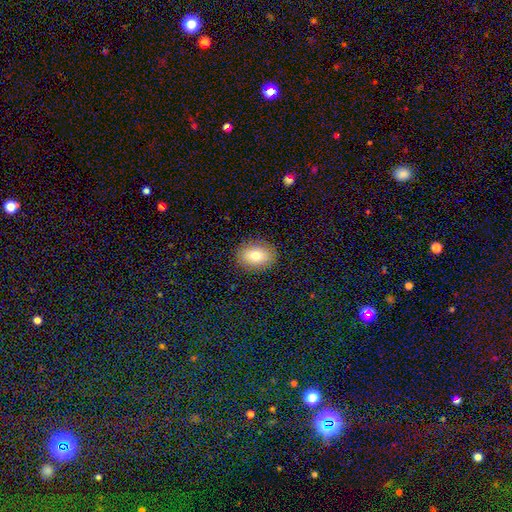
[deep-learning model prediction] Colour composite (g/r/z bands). It shows a smooth galaxy with no disk features (77%) that is in between round and cigar-shaped (76%). Merging: none (87%).